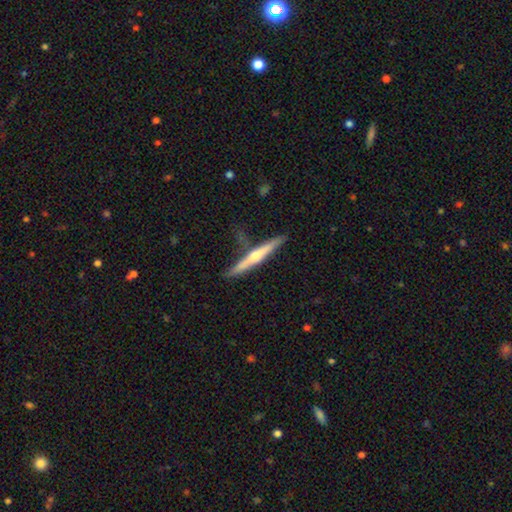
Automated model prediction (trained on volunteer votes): Overall: featured or disk (67%; smooth 27%). Edge-on disk: yes (97%). Edge-on bulge: rounded (84%). Merging: none (77%).